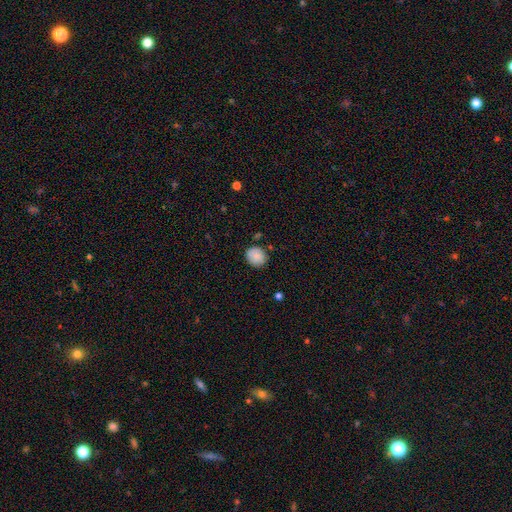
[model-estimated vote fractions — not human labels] smooth 85%, star or artifact 8%, featured or disk 7%. Down the decision tree: how rounded — round (78%); merging — none (79%).